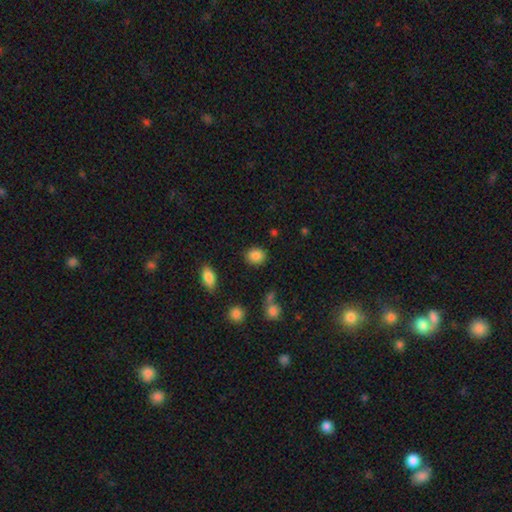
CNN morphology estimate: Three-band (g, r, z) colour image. It shows a smooth galaxy with no disk features (86%) that is round (61%). Merging: none (86%).